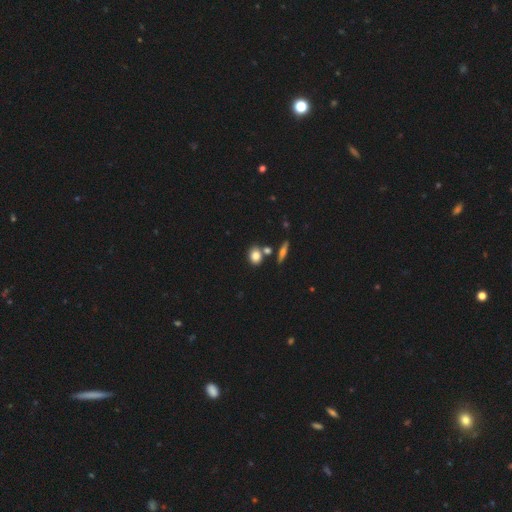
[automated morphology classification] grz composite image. It shows a smooth galaxy with no disk features (81%) that is round (49%). Merging: none (68%).